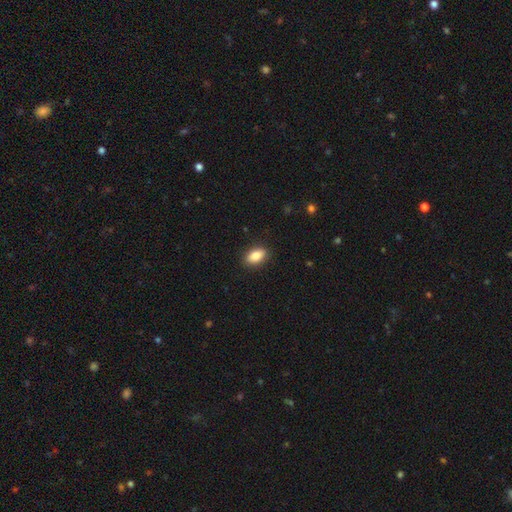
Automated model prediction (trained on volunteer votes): A smooth galaxy with no disk features (87%) that is in between round and cigar-shaped (90%).

Vote fractions:
- Smooth or featured? smooth: 87% / star or artifact: 7% / featured or disk: 6%
- How rounded? in between: 90% / round: 6% / cigar-shaped: 4%
- Merging? none: 89% / minor disturbance: 8% / major disturbance: 2% / merger: 1%